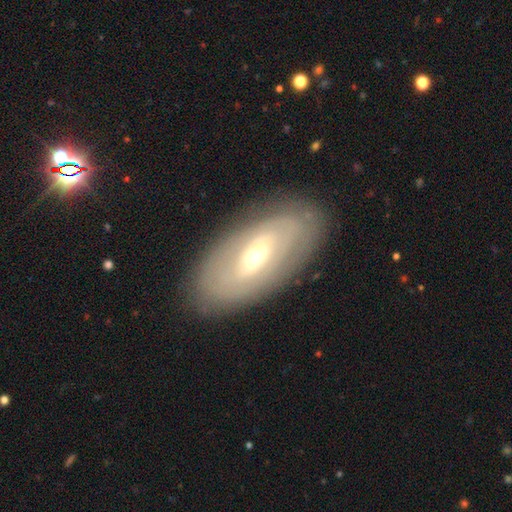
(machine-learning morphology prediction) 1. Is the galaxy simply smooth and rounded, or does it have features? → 65% featured or disk, 28% smooth, 7% star or artifact.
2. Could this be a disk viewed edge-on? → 87% no, 13% yes.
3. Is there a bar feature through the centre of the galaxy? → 41% weak, 36% no, 24% strong.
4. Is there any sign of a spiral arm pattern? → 58% no, 42% yes.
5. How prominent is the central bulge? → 49% moderate, 46% small, 3% large, 1% dominant, 1% none.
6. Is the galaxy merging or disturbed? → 85% none, 10% minor disturbance, 4% major disturbance, 1% merger.